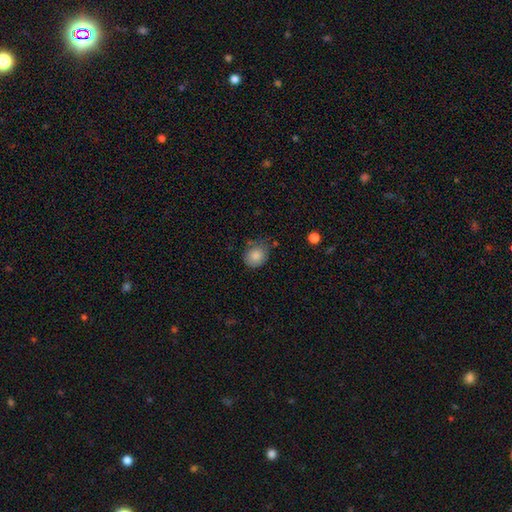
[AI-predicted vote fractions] Smooth or featured? Predicted: smooth (p=0.84). How rounded? Predicted: round (p=0.67). Merging? Predicted: none (p=0.65).